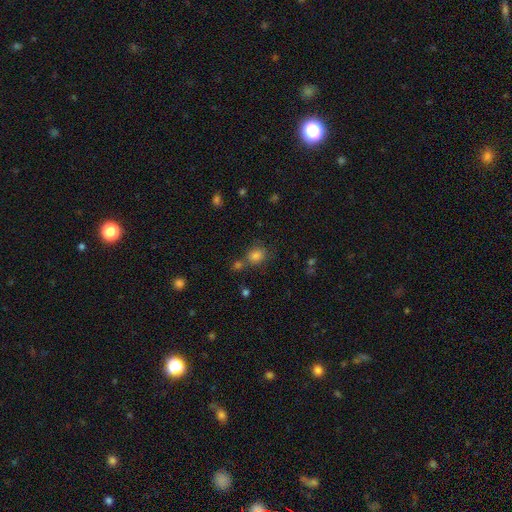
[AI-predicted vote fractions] Q: Smooth or featured?
A: smooth (81%); runner-up: star or artifact (12%)
Q: How rounded?
A: round (52%); runner-up: in between (47%)
Q: Merging?
A: none (59%); runner-up: merger (21%)